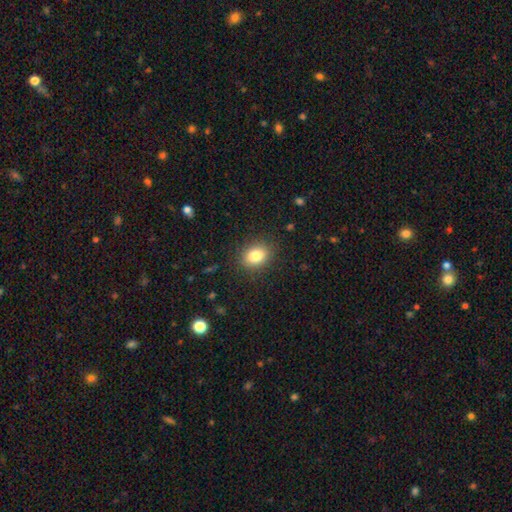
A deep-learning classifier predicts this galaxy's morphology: This appears to be a smooth galaxy with no disk features (82%) that is in between round and cigar-shaped (54%). Merging: none (87%).